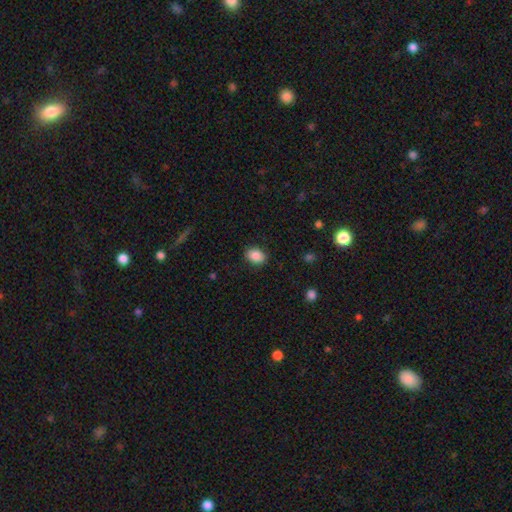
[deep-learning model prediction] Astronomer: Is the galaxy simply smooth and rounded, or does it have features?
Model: smooth — 87%.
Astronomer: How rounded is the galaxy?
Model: in between — 74%.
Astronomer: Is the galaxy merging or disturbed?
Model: none — 87%.